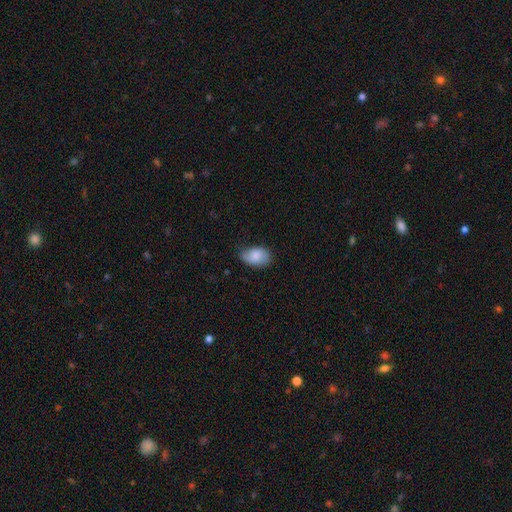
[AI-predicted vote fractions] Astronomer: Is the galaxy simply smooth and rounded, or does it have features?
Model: smooth — 80%.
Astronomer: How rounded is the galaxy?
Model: in between — 88%.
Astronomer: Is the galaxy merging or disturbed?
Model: none — 63%.